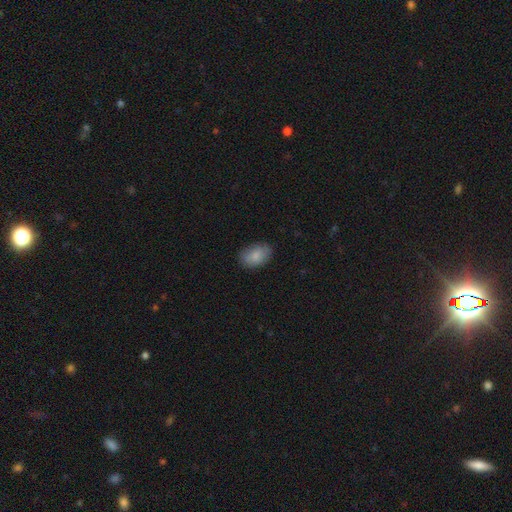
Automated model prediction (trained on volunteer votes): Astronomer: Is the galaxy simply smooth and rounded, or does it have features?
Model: smooth — 85%.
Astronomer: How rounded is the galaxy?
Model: in between — 87%.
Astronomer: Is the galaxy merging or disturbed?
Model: none — 81%.